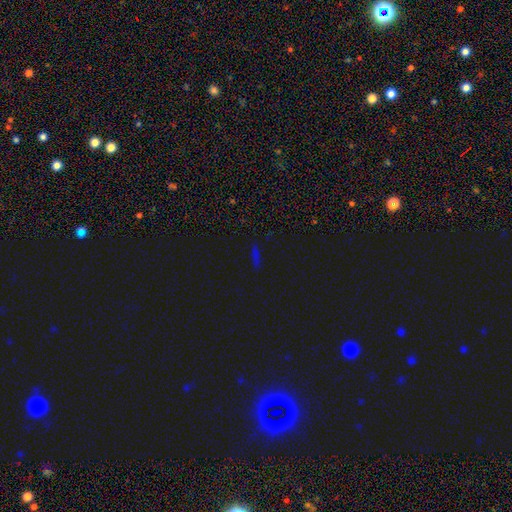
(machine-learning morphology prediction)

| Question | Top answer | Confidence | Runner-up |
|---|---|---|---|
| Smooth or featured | star or artifact | 48% | smooth (40%) |